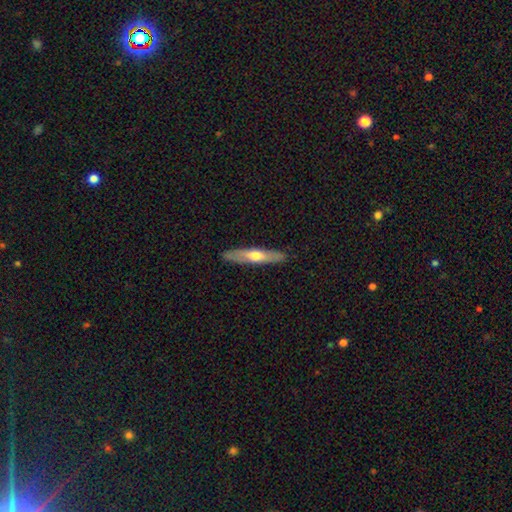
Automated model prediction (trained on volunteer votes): featured or disk 48%, smooth 46%, star or artifact 5%. Down the decision tree: merging — none (88%).